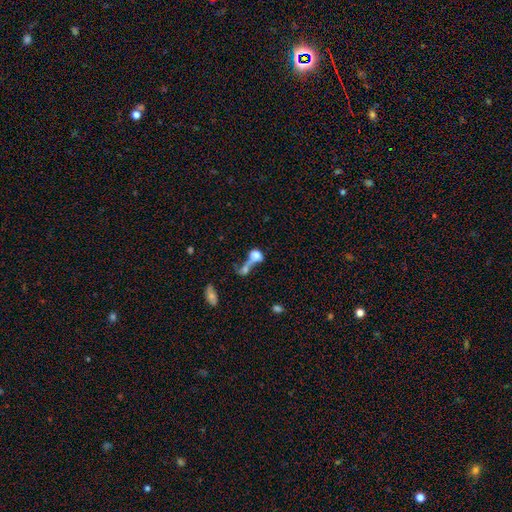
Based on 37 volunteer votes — This appears to be a smooth galaxy with no disk features (78%) that is in between round and cigar-shaped (48%). Merging: merger (86%).